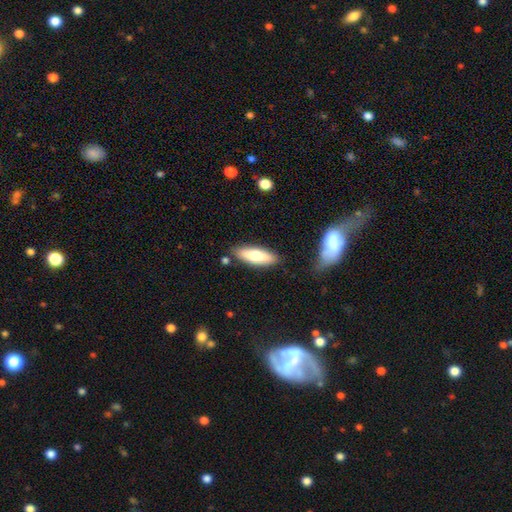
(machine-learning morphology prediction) smooth-or-featured: smooth: 69% | featured or disk: 25% | star or artifact: 6%
  how-rounded: in between: 54% | cigar-shaped: 44% | round: 2%
  merging: none: 83% | minor disturbance: 11% | merger: 3% | major disturbance: 2%